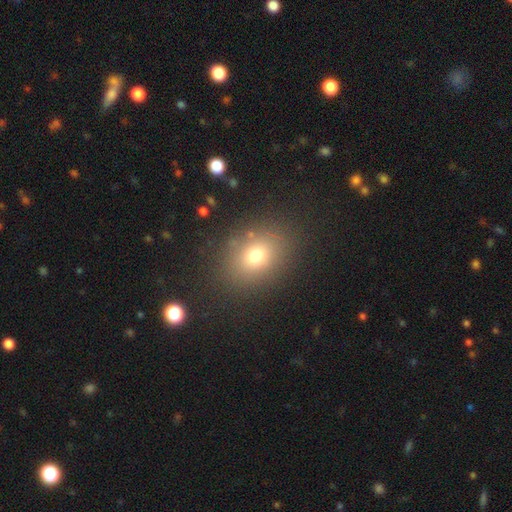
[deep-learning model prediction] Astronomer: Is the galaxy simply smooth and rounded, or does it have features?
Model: smooth — 73%.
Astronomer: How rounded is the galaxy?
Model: in between — 59% (runner-up: round, 40%).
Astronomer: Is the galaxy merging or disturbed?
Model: none — 84%.